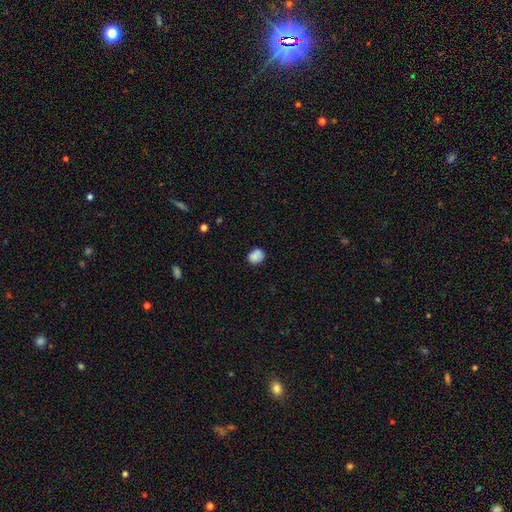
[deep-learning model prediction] smooth_or_featured: smooth (p=0.83) [alt: star or artifact p=0.09]
how_rounded: round (p=0.65) [alt: in between p=0.34]
merging: none (p=0.74) [alt: minor disturbance p=0.18]